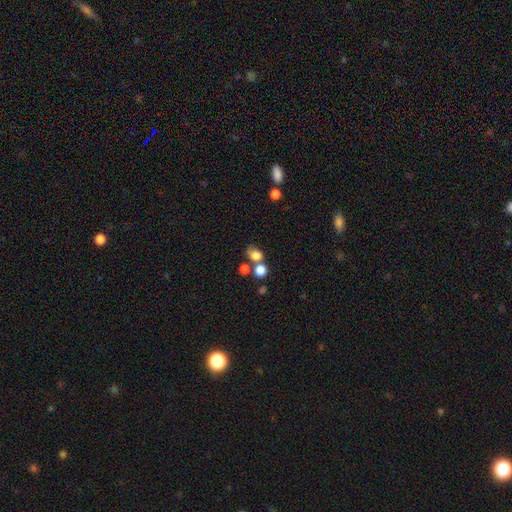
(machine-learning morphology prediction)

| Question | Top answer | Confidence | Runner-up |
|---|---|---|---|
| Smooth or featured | smooth | 78% | star or artifact (13%) |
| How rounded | round | 51% | in between (48%) |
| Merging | none | 48% | merger (33%) |